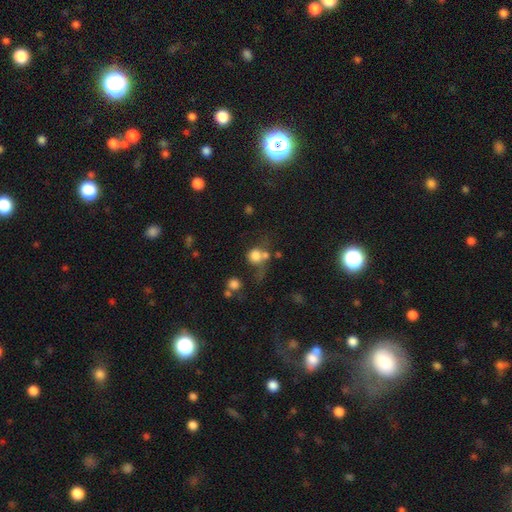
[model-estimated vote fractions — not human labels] smooth_or_featured: smooth (p=0.75) [alt: star or artifact p=0.13]
how_rounded: round (p=0.83) [alt: in between p=0.16]
merging: none (p=0.36) [alt: merger p=0.32]